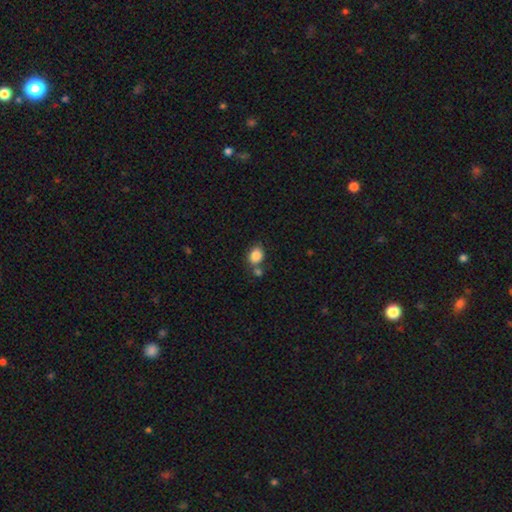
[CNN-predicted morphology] Smooth or featured? smooth (86%)
How rounded? in between (56%)
Merging? none (58%)